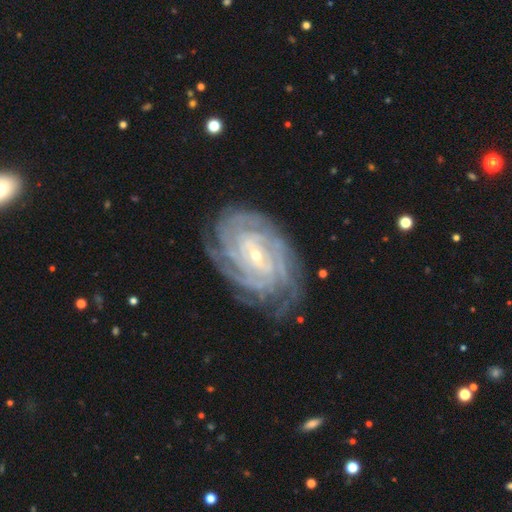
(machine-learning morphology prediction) Smooth or featured? featured or disk (91%)
Edge-on disk? no (97%)
Bar? no (41%)
Spiral arms? yes (98%)
Spiral winding? tight (82%)
Spiral arm count? 4 (25%, tied with can't tell)
Bulge size? small (79%)
Merging? none (78%)